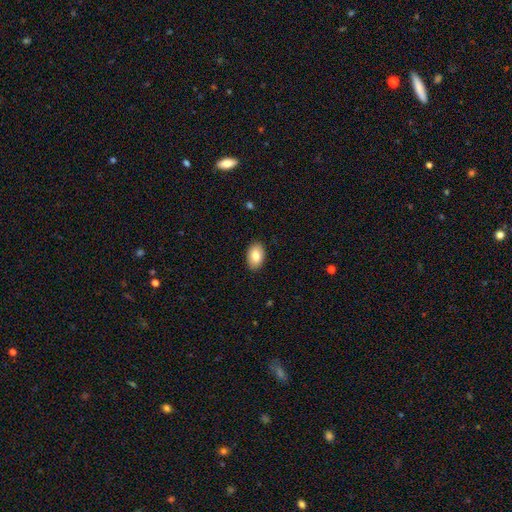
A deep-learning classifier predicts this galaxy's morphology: Smooth or featured: smooth — 82% (featured or disk — 11%)
How rounded: in between — 90% (round — 8%)
Merging: none — 89% (minor disturbance — 8%)